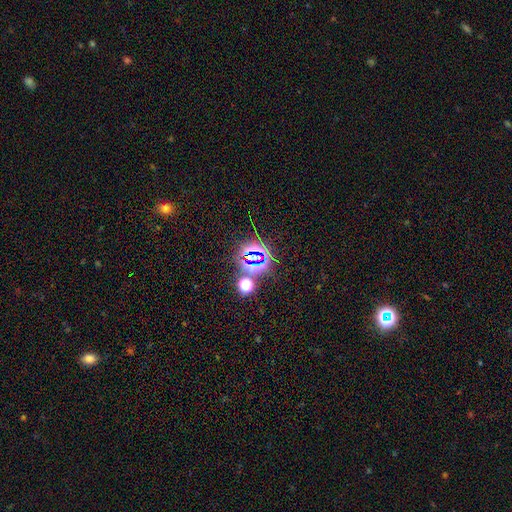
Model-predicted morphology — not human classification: A star or artifact, not a galaxy (76%).